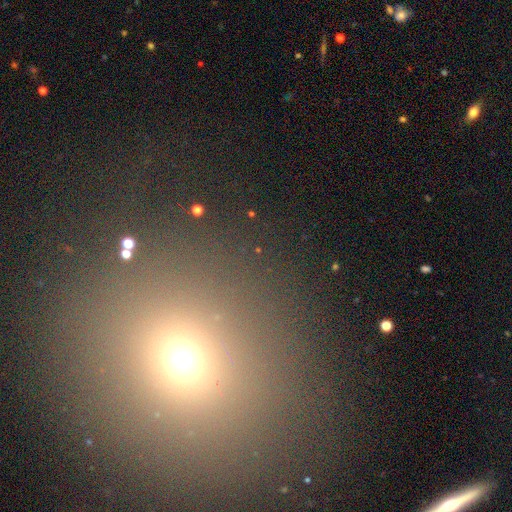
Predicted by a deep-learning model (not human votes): A smooth galaxy with no disk features (51%) that is round (82%).

Vote fractions:
- Smooth or featured? smooth: 51% / star or artifact: 40% / featured or disk: 9%
- How rounded? round: 82% / in between: 16% / cigar-shaped: 2%
- Merging? none: 84% / minor disturbance: 7% / major disturbance: 5% / merger: 3%